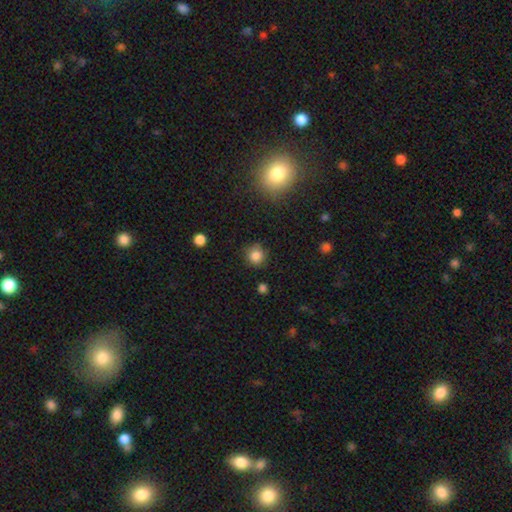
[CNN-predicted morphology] type=smooth (82%); roundness=round (89%); merging=none (81%).